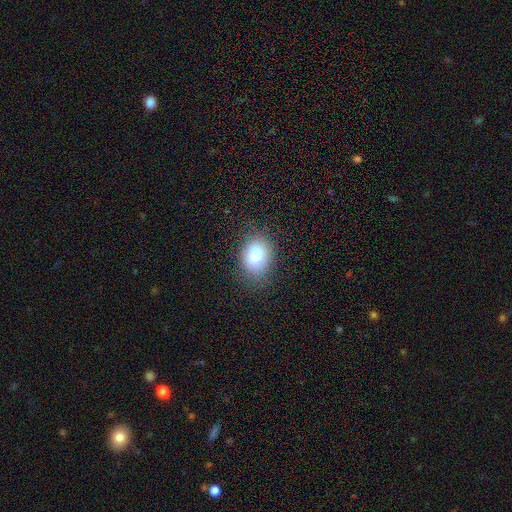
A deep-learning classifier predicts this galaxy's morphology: Overall: smooth (83%). How rounded: in between (74%). Merging: none (77%).